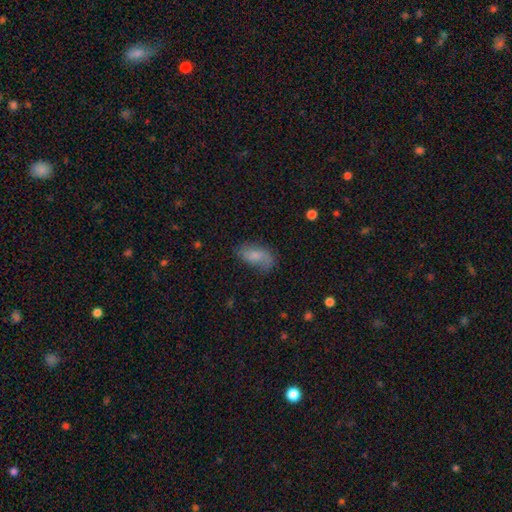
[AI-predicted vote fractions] Smooth or featured: smooth — 63% (featured or disk — 28%)
How rounded: in between — 91% (round — 5%)
Merging: none — 63% (minor disturbance — 25%)